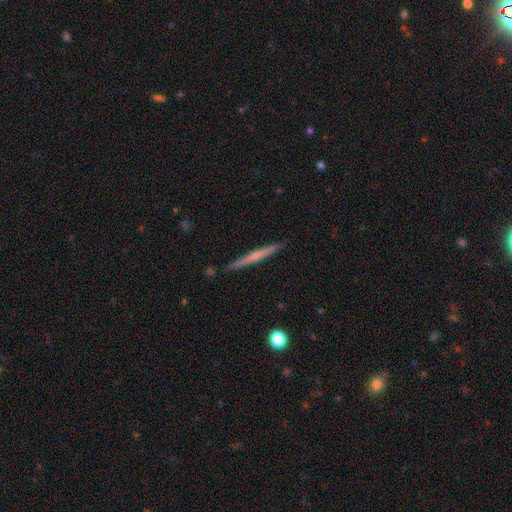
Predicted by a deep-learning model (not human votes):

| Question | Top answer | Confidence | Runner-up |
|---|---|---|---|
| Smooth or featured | featured or disk | 53% | smooth (41%) |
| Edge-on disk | yes | 97% | no (3%) |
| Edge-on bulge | none | 61% | rounded (34%) |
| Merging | none | 90% | minor disturbance (7%) |